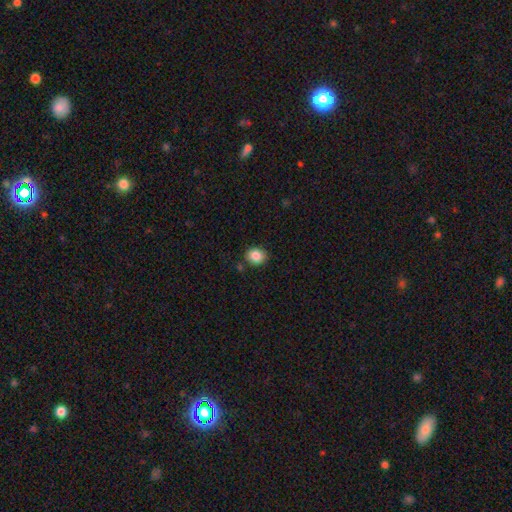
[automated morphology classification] Overall: smooth (85%). How rounded: round (70%). Merging: none (83%).